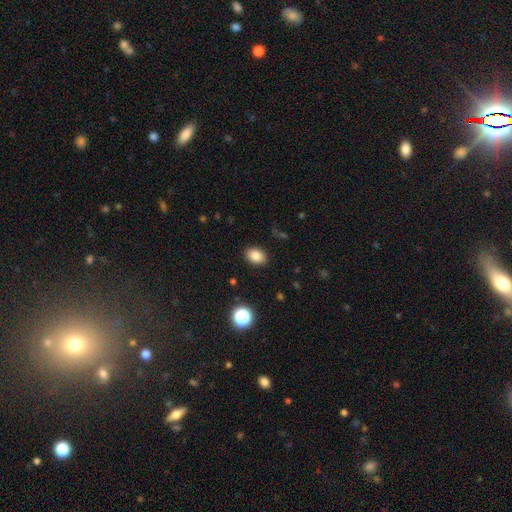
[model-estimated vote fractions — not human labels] smooth_or_featured: smooth (p=0.85) [alt: star or artifact p=0.10]
how_rounded: in between (p=0.78) [alt: round p=0.21]
merging: none (p=0.88) [alt: minor disturbance p=0.08]